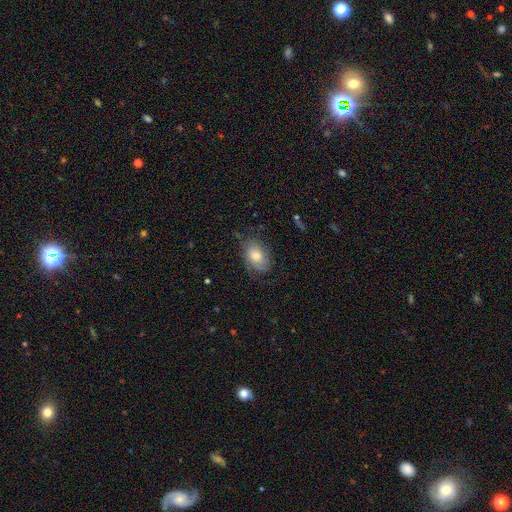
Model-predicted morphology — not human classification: Smooth or featured? smooth (57%)
How rounded? in between (82%)
Merging? none (65%)